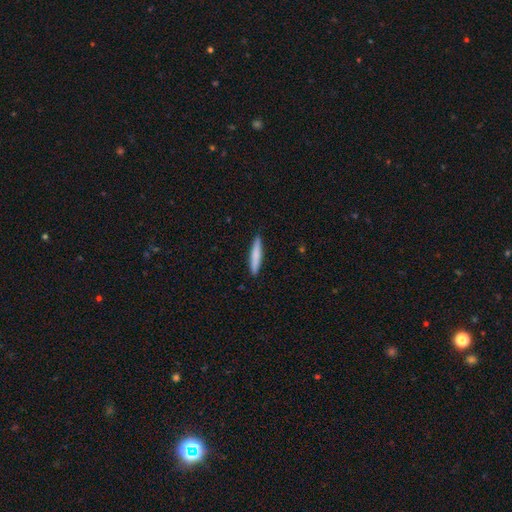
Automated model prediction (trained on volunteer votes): Overall: smooth (75%). How rounded: cigar-shaped (92%). Merging: none (90%).